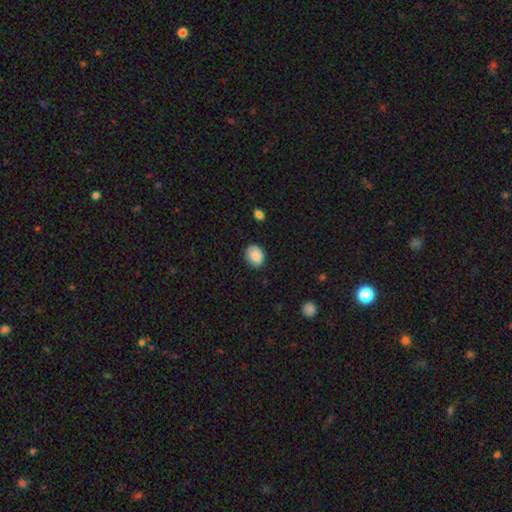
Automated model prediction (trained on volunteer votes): Q: Smooth or featured?
A: smooth (85%); runner-up: star or artifact (8%)
Q: How rounded?
A: round (51%); runner-up: in between (49%)
Q: Merging?
A: none (82%); runner-up: minor disturbance (14%)